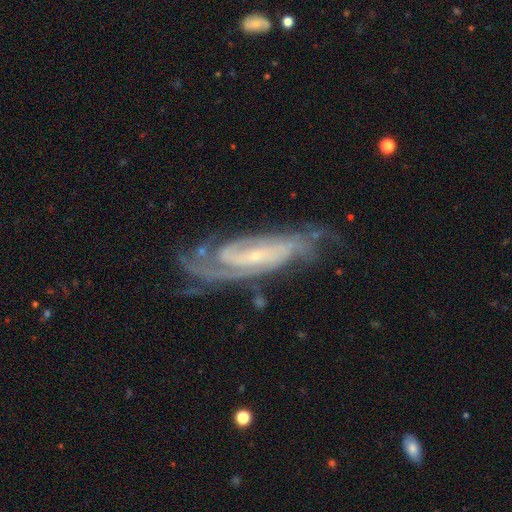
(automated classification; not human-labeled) A featured or disk galaxy (88%) with no bar (44%), 2 (32%) tight (58%) spiral arms (97%) and a small central bulge (79%). Merging: none (67%).